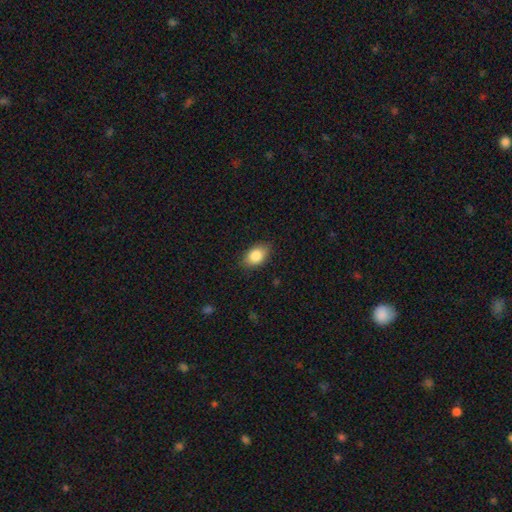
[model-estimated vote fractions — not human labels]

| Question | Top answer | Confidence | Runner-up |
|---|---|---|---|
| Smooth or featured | smooth | 85% | featured or disk (8%) |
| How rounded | in between | 87% | round (11%) |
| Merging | none | 85% | minor disturbance (12%) |